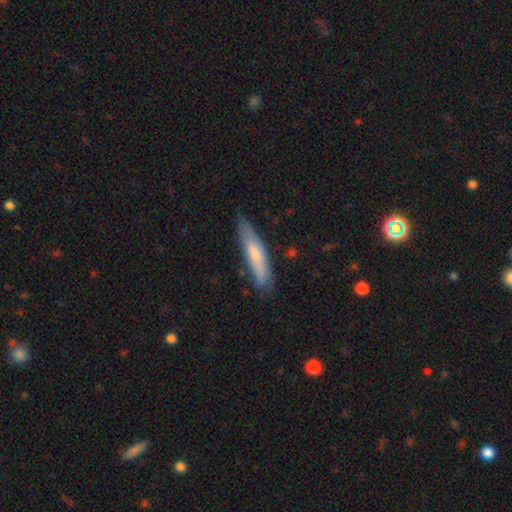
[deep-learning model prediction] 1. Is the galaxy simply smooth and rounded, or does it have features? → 62% smooth, 32% featured or disk, 6% star or artifact.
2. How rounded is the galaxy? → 85% cigar-shaped, 14% in between, 1% round.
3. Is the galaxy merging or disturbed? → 75% none, 20% minor disturbance, 3% major disturbance, 2% merger.